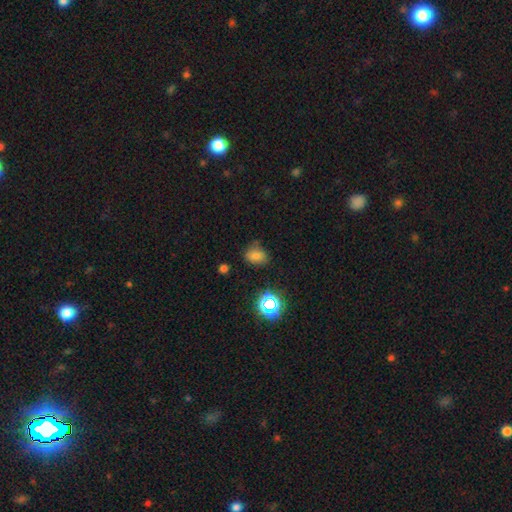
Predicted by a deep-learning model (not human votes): Smooth or featured?
  - smooth: 72% *
  - star or artifact: 20%
  - featured or disk: 8%
How rounded?
  - in between: 63% *
  - round: 36%
  - cigar-shaped: 1%
Merging?
  - none: 66% *
  - minor disturbance: 24%
  - major disturbance: 6%
  - merger: 3%